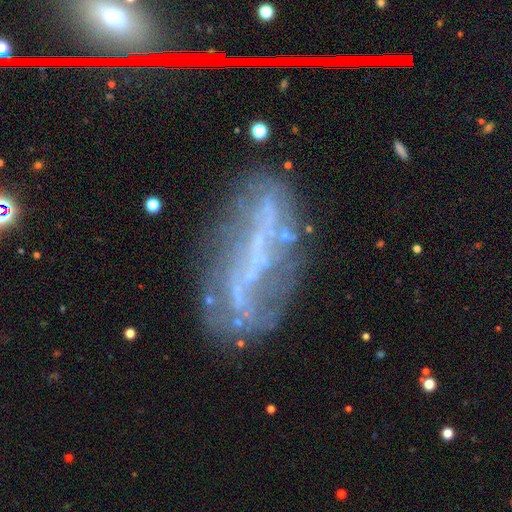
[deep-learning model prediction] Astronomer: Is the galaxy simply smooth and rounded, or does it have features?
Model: featured or disk — 66%.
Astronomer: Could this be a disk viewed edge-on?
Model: no — 75%.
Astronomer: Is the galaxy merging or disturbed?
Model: none — 58%.